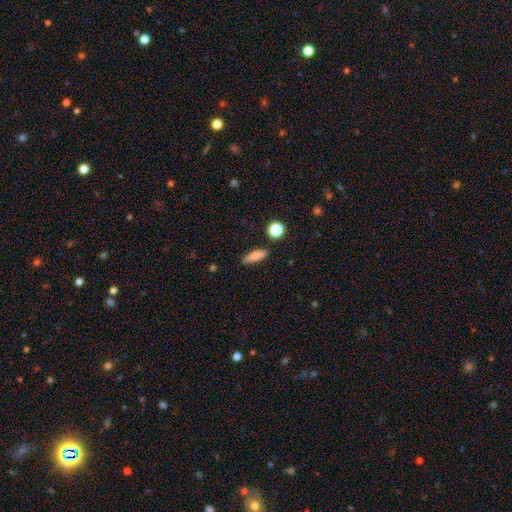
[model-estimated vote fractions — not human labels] A smooth galaxy with no disk features (80%) that is cigar-shaped (53%). Merging: none (84%).